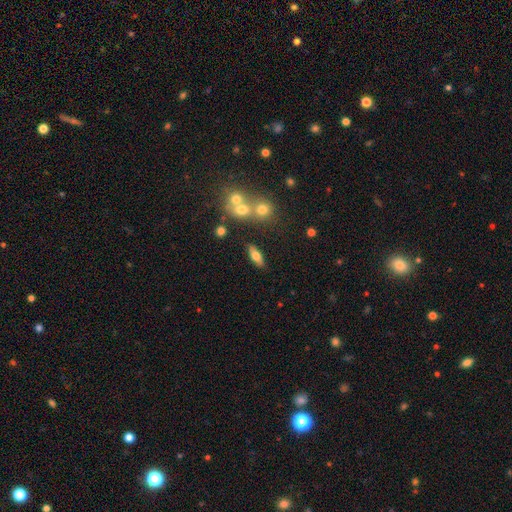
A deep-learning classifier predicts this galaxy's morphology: smooth_or_featured: smooth (p=0.64) [alt: featured or disk p=0.28]
how_rounded: in between (p=0.71) [alt: cigar-shaped p=0.24]
merging: none (p=0.78) [alt: minor disturbance p=0.11]